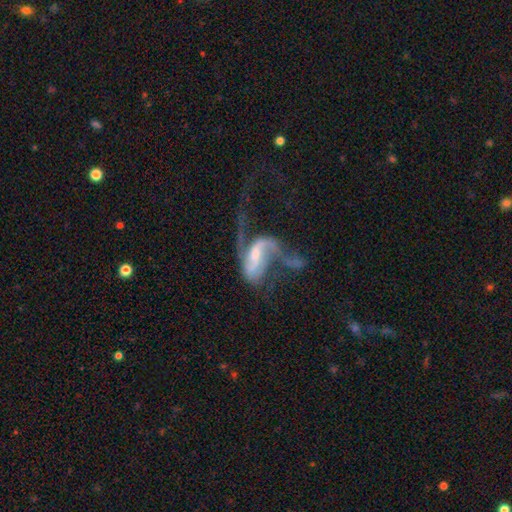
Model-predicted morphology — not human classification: The model was most divided on "bulge size" (2-way tie): small: 39%, moderate: 39%, none: 12%, large: 7%, dominant: 2%. Remaining: edge-on disk — no (96%); spiral arms — yes (88%); smooth or featured — featured or disk (82%); spiral arm count — 2 (71%); spiral winding — loose (71%); merging — major disturbance (52%); bar — weak (44%).